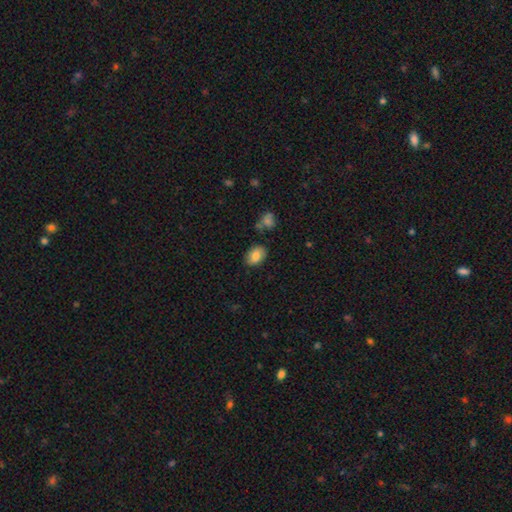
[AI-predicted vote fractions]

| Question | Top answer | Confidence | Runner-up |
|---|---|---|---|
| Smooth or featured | smooth | 83% | featured or disk (9%) |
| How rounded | in between | 81% | round (17%) |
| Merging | none | 81% | minor disturbance (13%) |